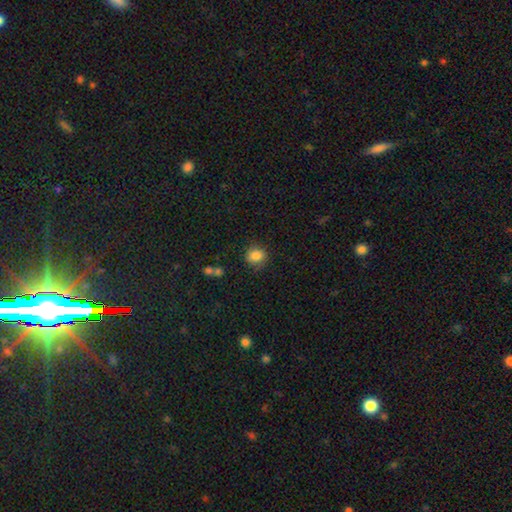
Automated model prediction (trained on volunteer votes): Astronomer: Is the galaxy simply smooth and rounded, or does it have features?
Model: smooth — 85%.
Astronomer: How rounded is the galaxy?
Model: round — 75%.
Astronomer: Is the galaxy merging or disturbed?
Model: none — 80%.